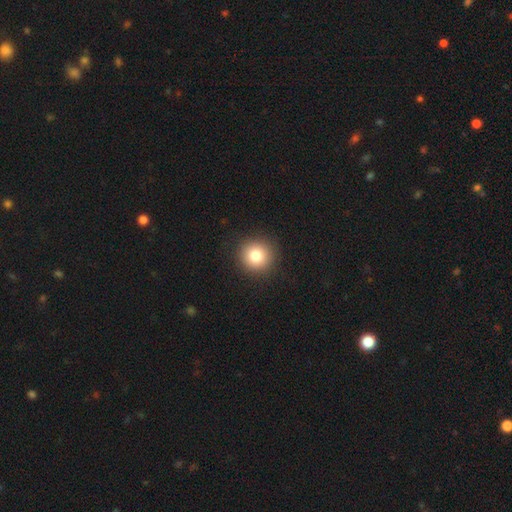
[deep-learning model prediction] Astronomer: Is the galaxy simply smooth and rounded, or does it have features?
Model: smooth — 82%.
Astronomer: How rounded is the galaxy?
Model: round — 93%.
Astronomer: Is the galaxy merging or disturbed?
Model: none — 92%.